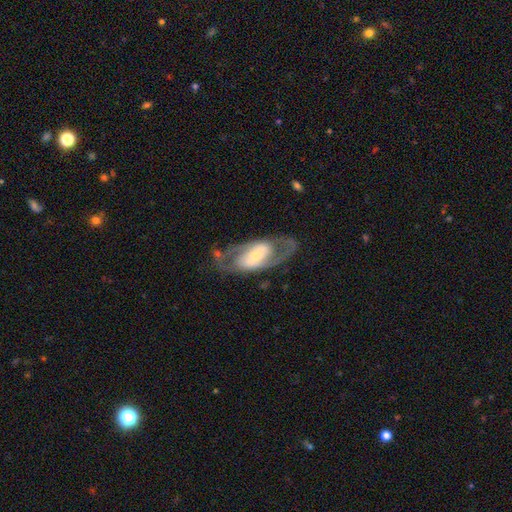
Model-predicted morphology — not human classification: A featured or disk galaxy (80%) with a strong bar (36%), 2 (84%) medium (51%) spiral arms (82%) and a small central bulge (47%). Merging: none (70%).